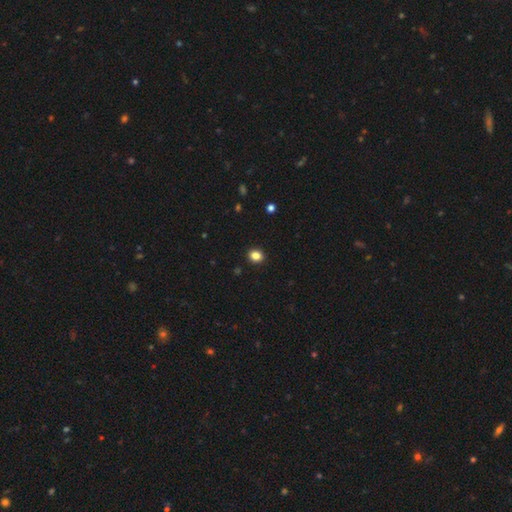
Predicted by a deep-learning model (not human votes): Smooth or featured? smooth (85%)
How rounded? round (65%)
Merging? none (92%)